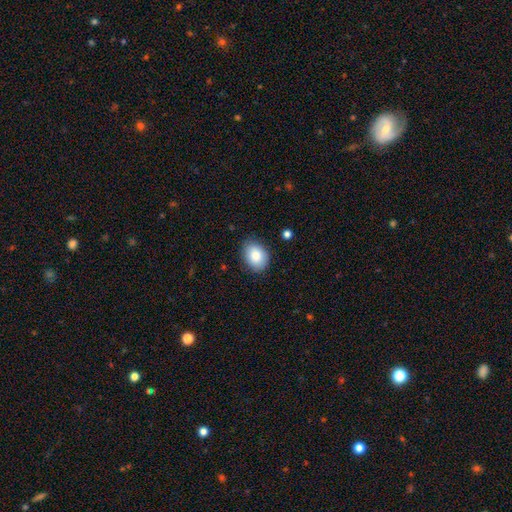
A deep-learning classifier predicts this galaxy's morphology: This is clearly a smooth galaxy (85%). How rounded: likely in between (73%). Merging: clearly none (85%).